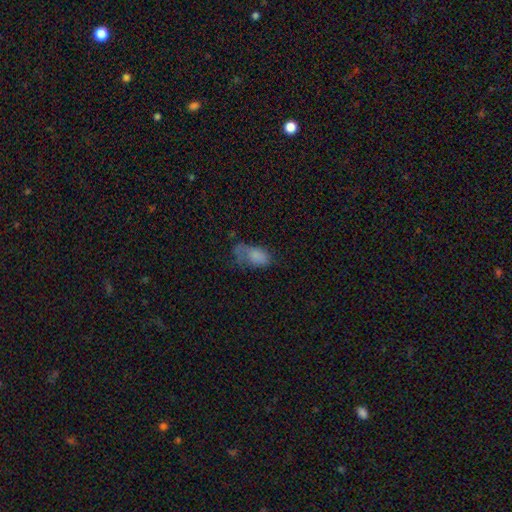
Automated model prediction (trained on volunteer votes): Smooth or featured? smooth (73%)
How rounded? in between (91%)
Merging? major disturbance (37%)